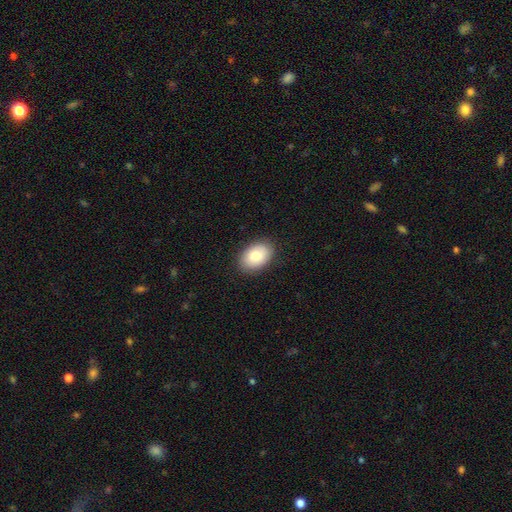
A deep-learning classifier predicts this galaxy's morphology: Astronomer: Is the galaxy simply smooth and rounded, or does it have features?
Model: smooth — 79%.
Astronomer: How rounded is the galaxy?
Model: in between — 85%.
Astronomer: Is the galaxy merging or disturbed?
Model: none — 87%.